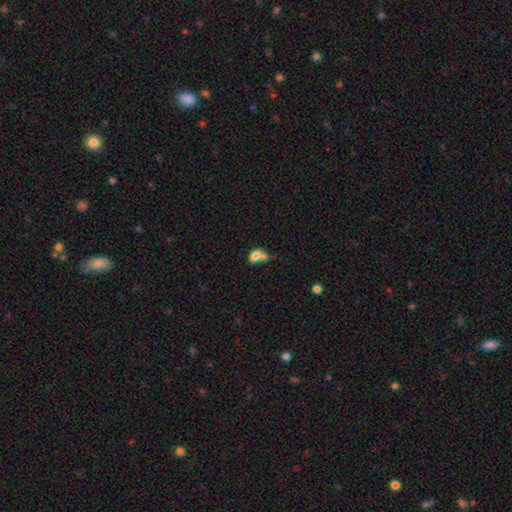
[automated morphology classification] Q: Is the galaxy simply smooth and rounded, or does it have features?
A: smooth — 78%.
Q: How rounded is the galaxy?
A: in between — 82%.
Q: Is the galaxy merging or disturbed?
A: merger — 54%.